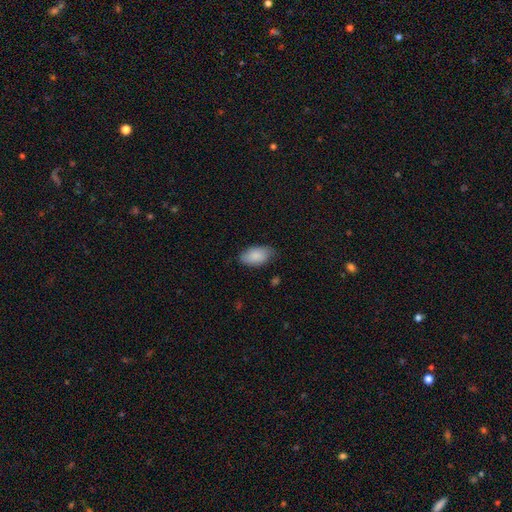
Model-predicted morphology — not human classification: A smooth galaxy with no disk features (85%) that is in between round and cigar-shaped (94%).

Vote fractions:
- Smooth or featured? smooth: 85% / featured or disk: 8% / star or artifact: 6%
- How rounded? in between: 94% / round: 4% / cigar-shaped: 2%
- Merging? none: 73% / minor disturbance: 22% / major disturbance: 4% / merger: 1%